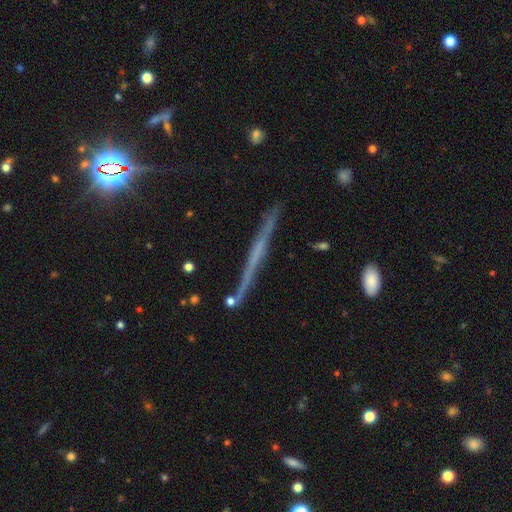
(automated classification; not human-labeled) featured or disk 63%, smooth 23%, star or artifact 13%. Down the decision tree: edge-on disk — yes (96%); edge-on bulge — none (70%); merging — none (82%).